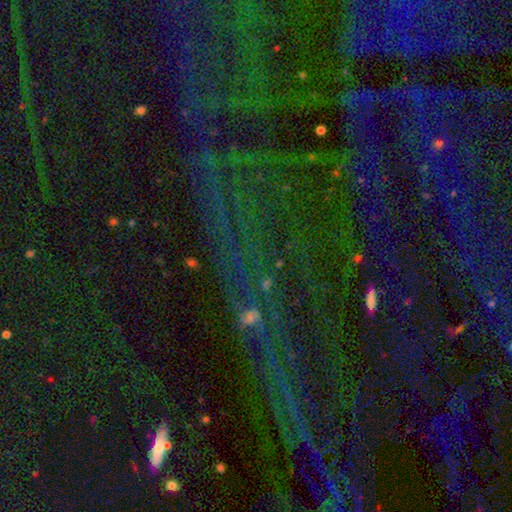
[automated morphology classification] This appears to be a star or artifact, not a galaxy (77%).